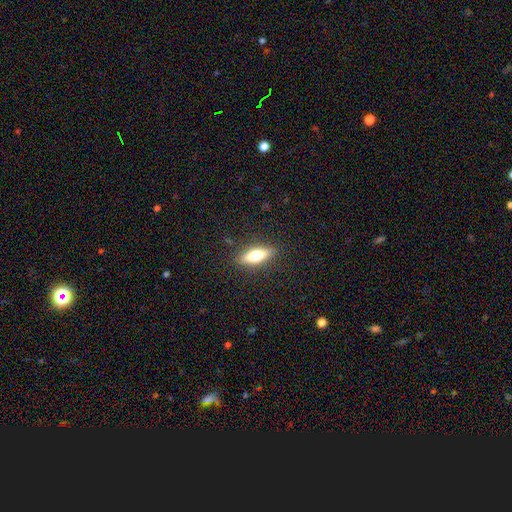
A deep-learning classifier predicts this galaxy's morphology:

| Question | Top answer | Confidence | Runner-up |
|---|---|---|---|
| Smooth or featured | smooth | 63% | featured or disk (30%) |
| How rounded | in between | 52% | cigar-shaped (45%) |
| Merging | none | 87% | minor disturbance (9%) |